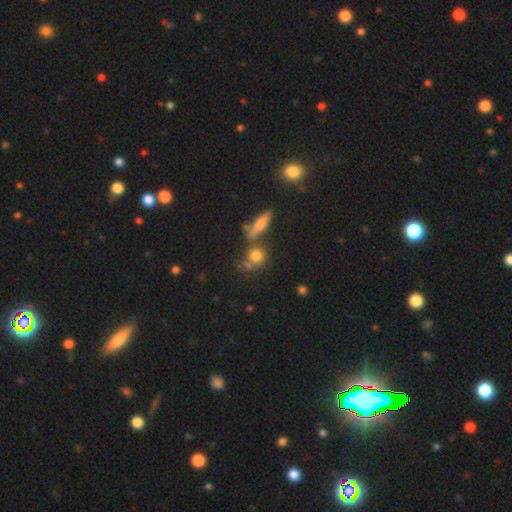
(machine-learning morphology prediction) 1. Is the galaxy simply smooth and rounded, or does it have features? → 74% smooth, 14% star or artifact, 13% featured or disk.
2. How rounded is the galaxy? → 70% round, 23% in between, 6% cigar-shaped.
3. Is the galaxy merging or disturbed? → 53% none, 28% merger, 12% minor disturbance, 6% major disturbance.